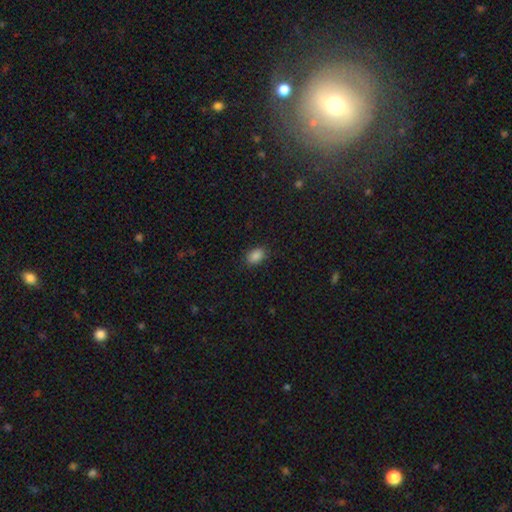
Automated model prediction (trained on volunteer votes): A smooth galaxy with no disk features (87%) that is in between round and cigar-shaped (85%). Merging: none (87%).